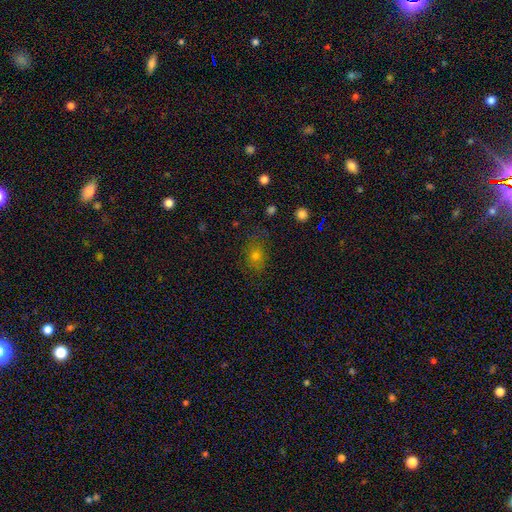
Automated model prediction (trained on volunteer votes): Morphology: type=smooth (67%); roundness=in between (62%); merging=none (72%).